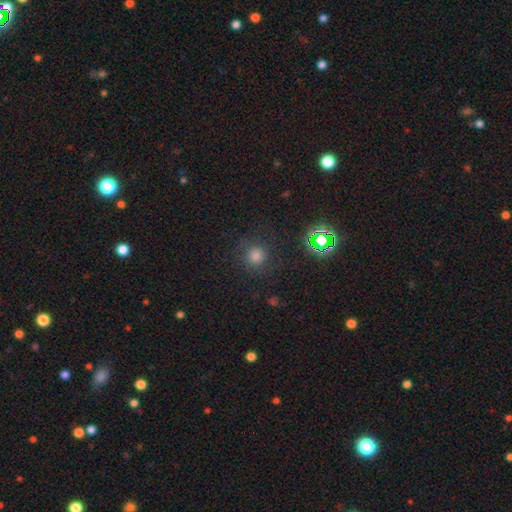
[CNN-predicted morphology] Smooth or featured?
  - smooth: 66% *
  - star or artifact: 26%
  - featured or disk: 8%
How rounded?
  - round: 93% *
  - in between: 6%
  - cigar-shaped: 1%
Merging?
  - none: 83% *
  - minor disturbance: 10%
  - major disturbance: 6%
  - merger: 2%